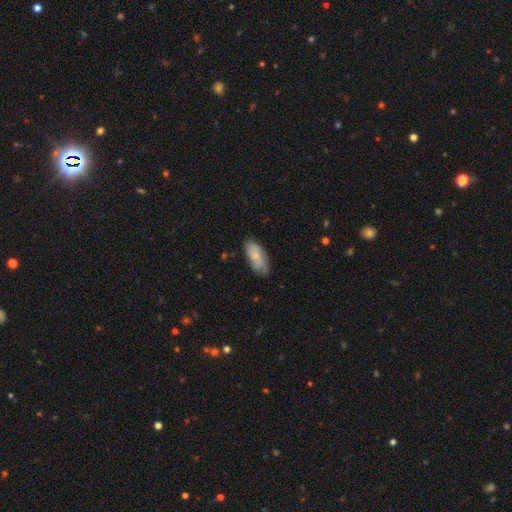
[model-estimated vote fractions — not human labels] Smooth or featured? Predicted: smooth (p=0.65). How rounded? Predicted: in between (p=0.85). Merging? Predicted: none (p=0.74).